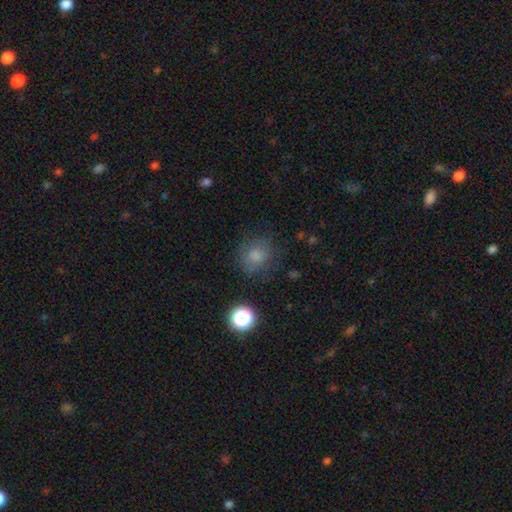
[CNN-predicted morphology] smooth_or_featured: smooth (p=0.70) [alt: star or artifact p=0.18]
how_rounded: round (p=0.82) [alt: in between p=0.17]
merging: none (p=0.78) [alt: minor disturbance p=0.14]